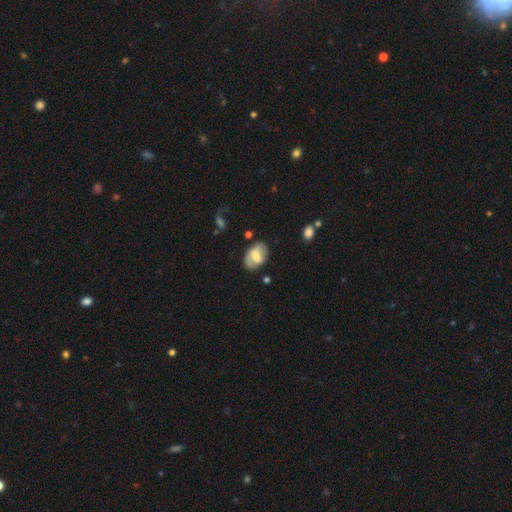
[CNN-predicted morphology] This is possibly a smooth galaxy (58%). How rounded: clearly in between (88%). Merging: likely none (68%).